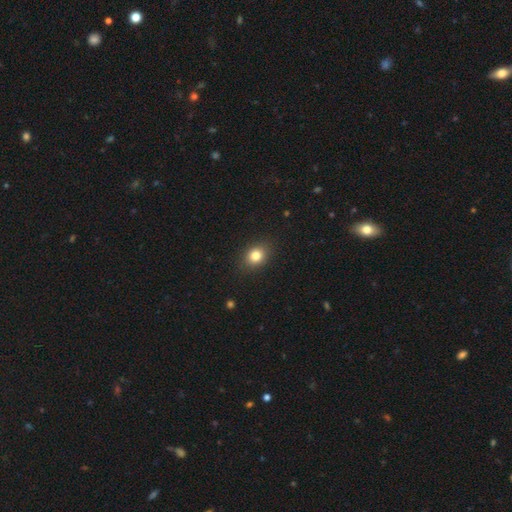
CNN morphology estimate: Smooth or featured?
  - smooth: 82% *
  - star or artifact: 11%
  - featured or disk: 7%
How rounded?
  - round: 50% *
  - in between: 49%
  - cigar-shaped: 1%
Merging?
  - none: 87% *
  - minor disturbance: 9%
  - major disturbance: 3%
  - merger: 1%